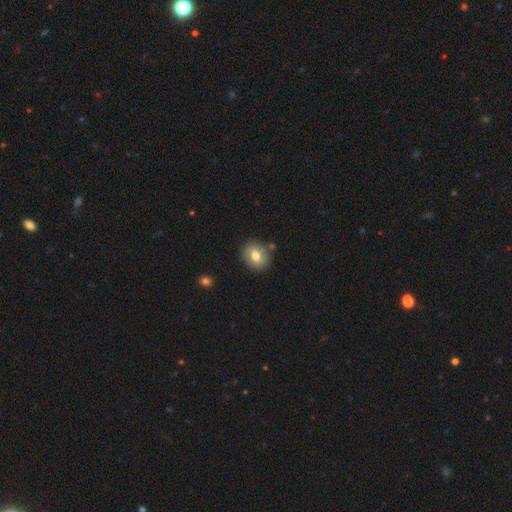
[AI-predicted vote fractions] Q: Smooth or featured?
A: smooth (72%); runner-up: featured or disk (20%)
Q: How rounded?
A: round (62%); runner-up: in between (37%)
Q: Merging?
A: none (82%); runner-up: minor disturbance (11%)